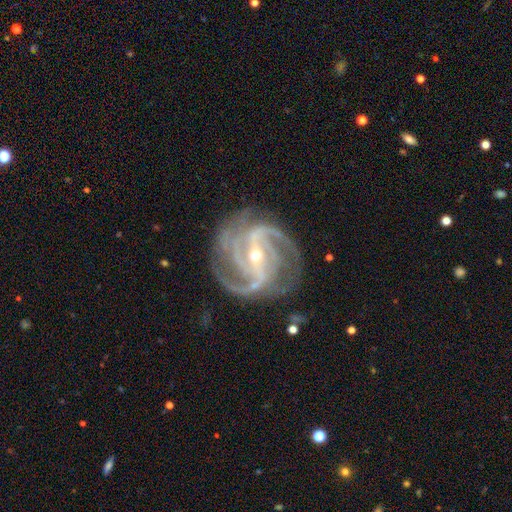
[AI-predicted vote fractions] smooth_or_featured: featured or disk (p=0.93) [alt: star or artifact p=0.05]
disk_edge_on: no (p=0.98) [alt: yes p=0.02]
bar: strong (p=0.51) [alt: weak p=0.31]
has_spiral_arms: yes (p=0.99) [alt: no p=0.01]
spiral_winding: medium (p=0.46) [alt: tight p=0.45]
spiral_arm_count: 3 (p=0.37) [alt: 4 p=0.23]
bulge_size: small (p=0.65) [alt: moderate p=0.32]
merging: none (p=0.78) [alt: minor disturbance p=0.15]